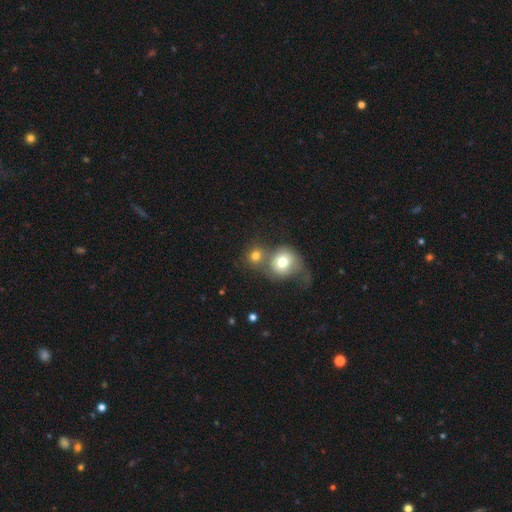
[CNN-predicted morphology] A smooth galaxy with no disk features (74%) that is round (84%).

Vote fractions:
- Smooth or featured? smooth: 74% / featured or disk: 14% / star or artifact: 12%
- How rounded? round: 84% / in between: 15% / cigar-shaped: 1%
- Merging? merger: 49% / none: 36% / minor disturbance: 8% / major disturbance: 7%